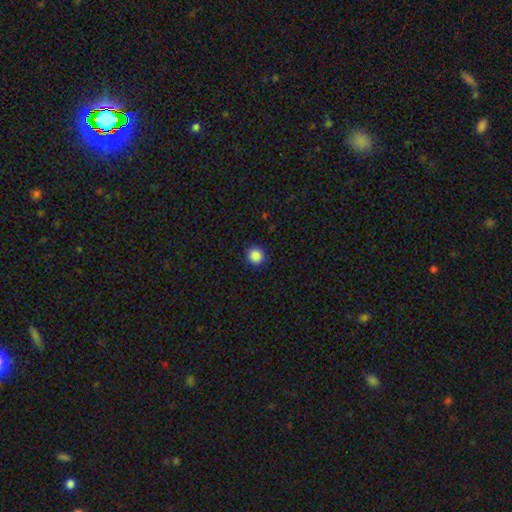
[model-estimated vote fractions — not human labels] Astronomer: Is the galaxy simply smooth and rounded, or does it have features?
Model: smooth — 88%.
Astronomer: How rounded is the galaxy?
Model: round — 94%.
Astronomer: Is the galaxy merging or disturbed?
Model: none — 92%.